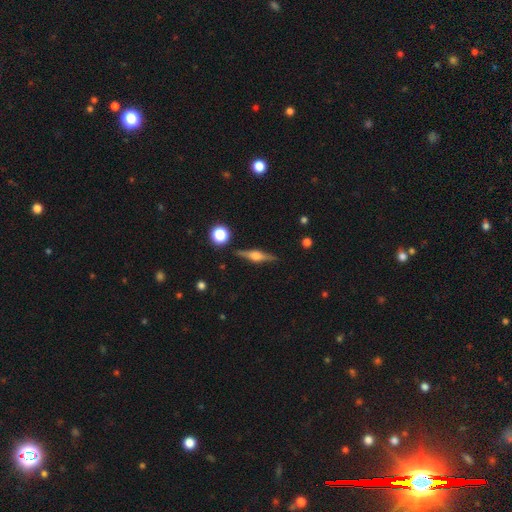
Smooth or featured? featured or disk (89%)
Edge-on disk? yes (94%)
Edge-on bulge? rounded (94%)
Merging? none (83%)